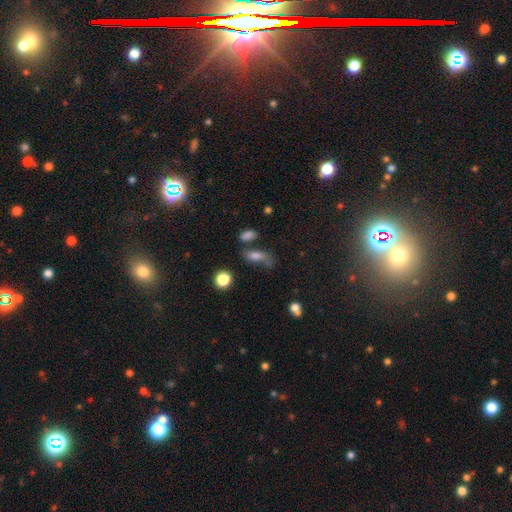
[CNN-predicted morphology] Smooth or featured?
  - smooth: 70% *
  - featured or disk: 16%
  - star or artifact: 14%
How rounded?
  - in between: 73% *
  - cigar-shaped: 17%
  - round: 10%
Merging?
  - none: 42% *
  - minor disturbance: 24%
  - major disturbance: 19%
  - merger: 14%